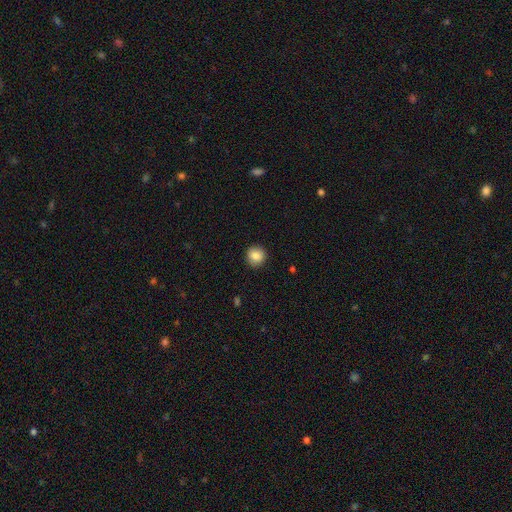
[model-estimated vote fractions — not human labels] smooth 85%, star or artifact 9%, featured or disk 6%. Down the decision tree: how rounded — round (92%); merging — none (91%).